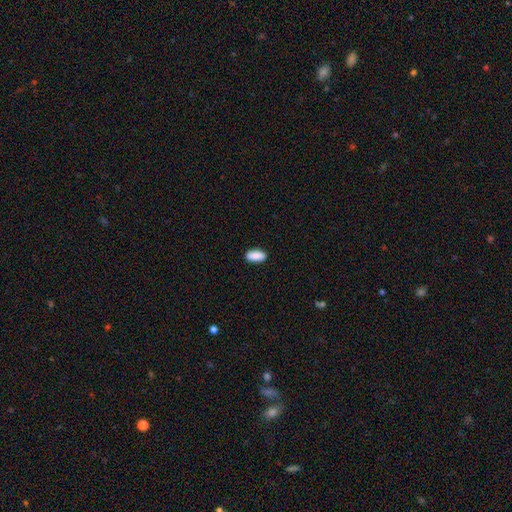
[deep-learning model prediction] smooth-or-featured: smooth: 90% | star or artifact: 6% | featured or disk: 4%
  how-rounded: in between: 88% | cigar-shaped: 9% | round: 3%
  merging: none: 89% | minor disturbance: 8% | major disturbance: 2% | merger: 1%